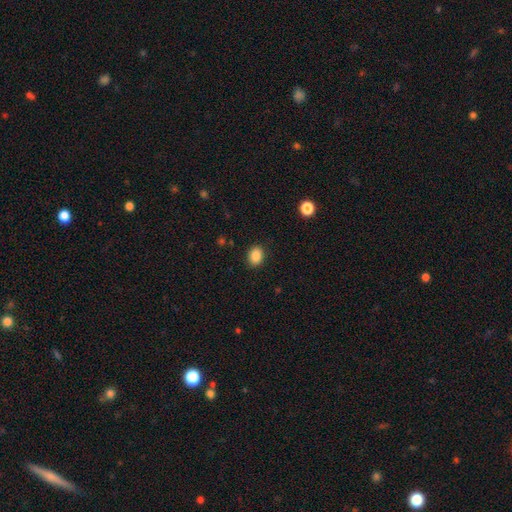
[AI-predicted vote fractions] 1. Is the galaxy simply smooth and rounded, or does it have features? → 87% smooth, 9% star or artifact, 4% featured or disk.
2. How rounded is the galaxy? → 61% in between, 38% round, 1% cigar-shaped.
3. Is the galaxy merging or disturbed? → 89% none, 8% minor disturbance, 2% major disturbance, 1% merger.